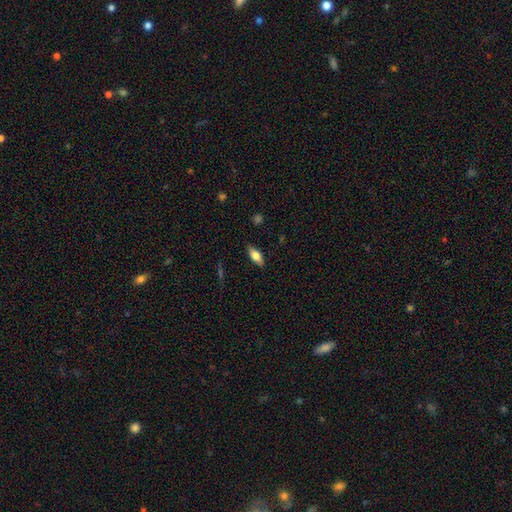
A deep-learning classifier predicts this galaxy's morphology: Q: Smooth or featured?
A: smooth (62%); runner-up: featured or disk (31%)
Q: How rounded?
A: in between (75%); runner-up: cigar-shaped (22%)
Q: Merging?
A: none (87%); runner-up: minor disturbance (10%)